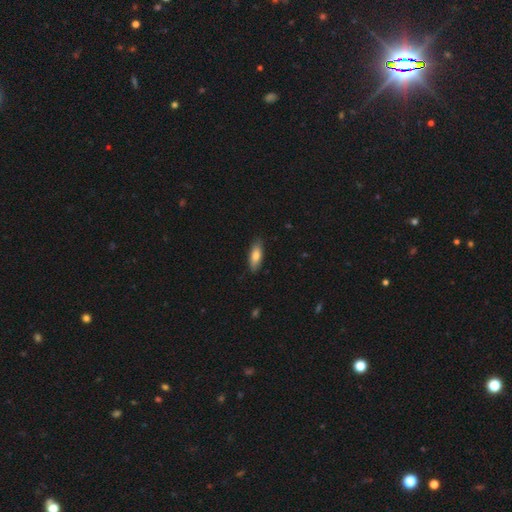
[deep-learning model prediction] Smooth or featured: smooth — 77% (featured or disk — 17%)
How rounded: in between — 65% (cigar-shaped — 33%)
Merging: none — 85% (minor disturbance — 12%)